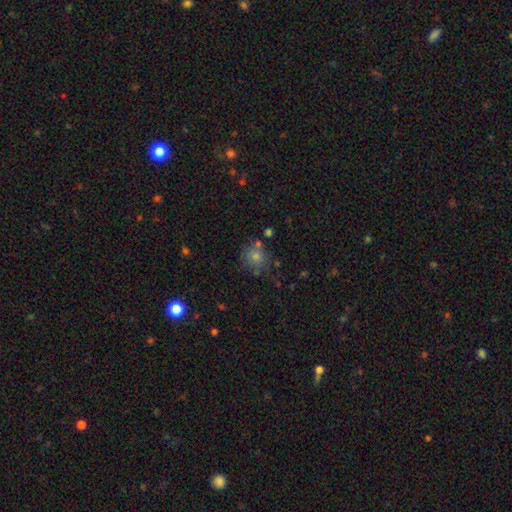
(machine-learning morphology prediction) type=smooth (69%); roundness=round (87%); merging=none (69%).